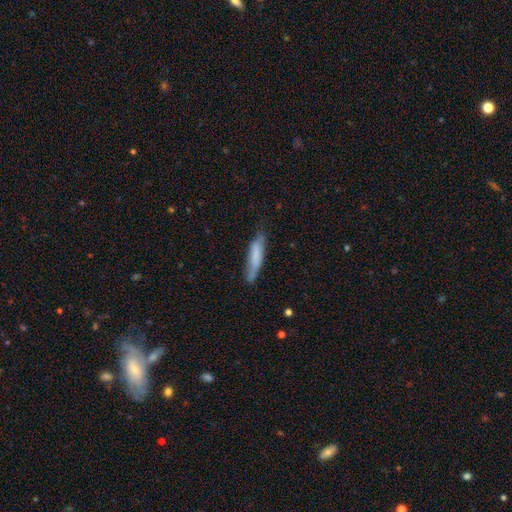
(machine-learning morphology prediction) A smooth galaxy with no disk features (74%) that is cigar-shaped (85%).

Vote fractions:
- Smooth or featured? smooth: 74% / featured or disk: 20% / star or artifact: 6%
- How rounded? cigar-shaped: 85% / in between: 14% / round: 1%
- Merging? none: 67% / minor disturbance: 26% / major disturbance: 5% / merger: 2%